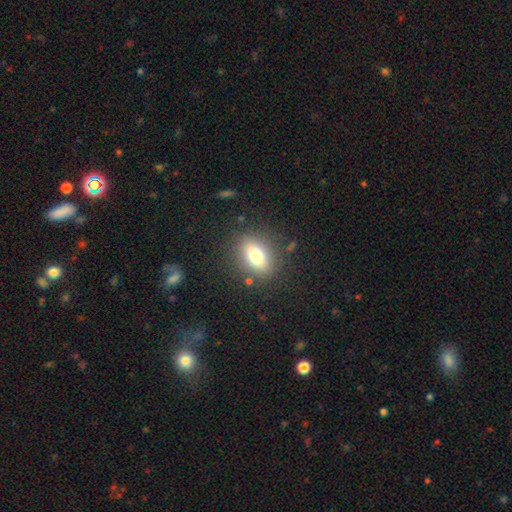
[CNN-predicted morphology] type=smooth (74%); roundness=in between (66%); merging=none (83%).